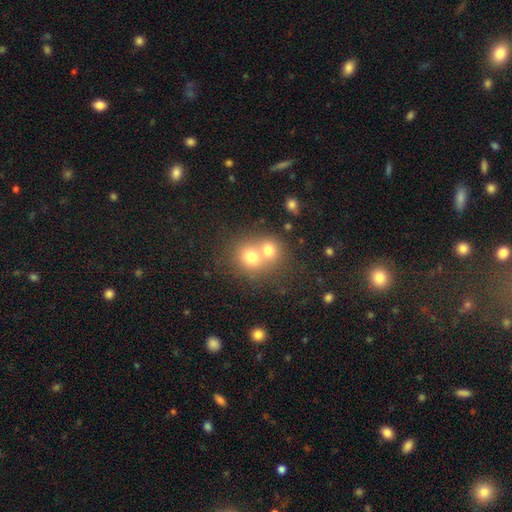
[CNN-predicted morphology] This appears to be a smooth galaxy with no disk features (69%) that is round (75%). Merging: merger (64%).